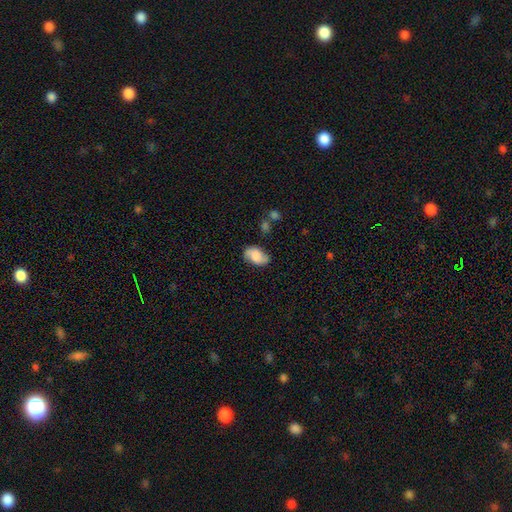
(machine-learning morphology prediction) Smooth or featured? smooth (52%)
How rounded? in between (89%)
Merging? none (70%)